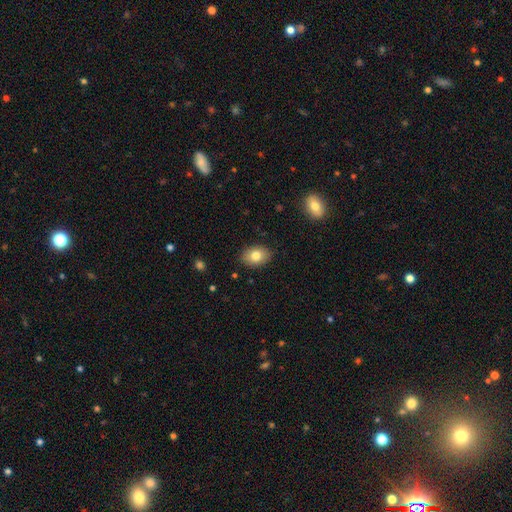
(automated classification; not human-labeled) smooth_or_featured: smooth (p=0.79) [alt: featured or disk p=0.12]
how_rounded: in between (p=0.80) [alt: round p=0.18]
merging: none (p=0.87) [alt: minor disturbance p=0.10]